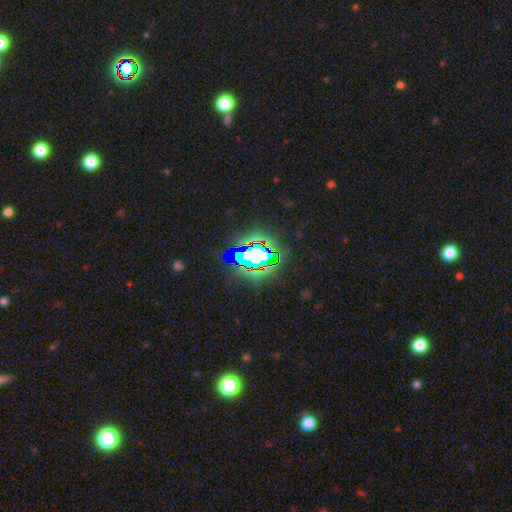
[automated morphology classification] This appears to be a star or artifact, not a galaxy (61%).